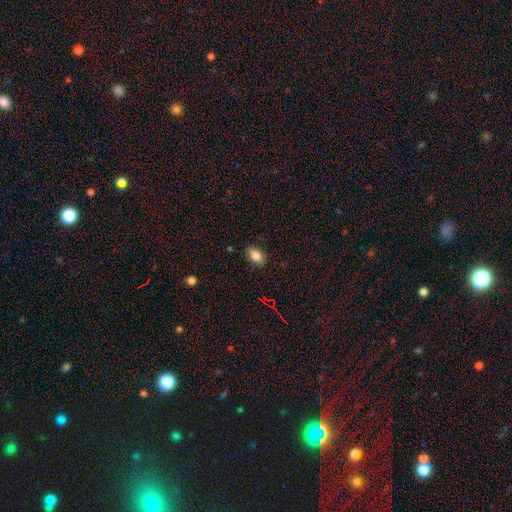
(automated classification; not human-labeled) smooth 83%, star or artifact 10%, featured or disk 7%. Down the decision tree: how rounded — in between (84%); merging — none (85%).